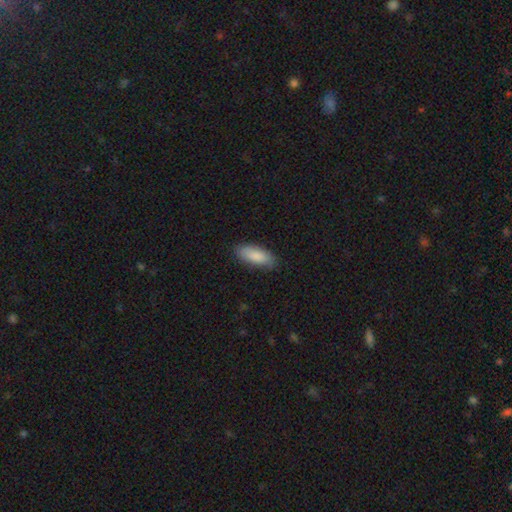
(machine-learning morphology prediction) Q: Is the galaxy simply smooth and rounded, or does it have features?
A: smooth — 87%.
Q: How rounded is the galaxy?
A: in between — 77%.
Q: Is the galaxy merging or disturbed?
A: none — 84%.